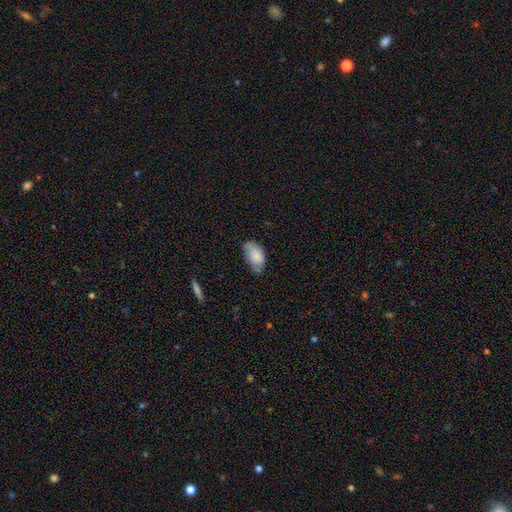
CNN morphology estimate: smooth_or_featured: smooth (p=0.79) [alt: featured or disk p=0.14]
how_rounded: in between (p=0.93) [alt: round p=0.05]
merging: none (p=0.57) [alt: minor disturbance p=0.33]